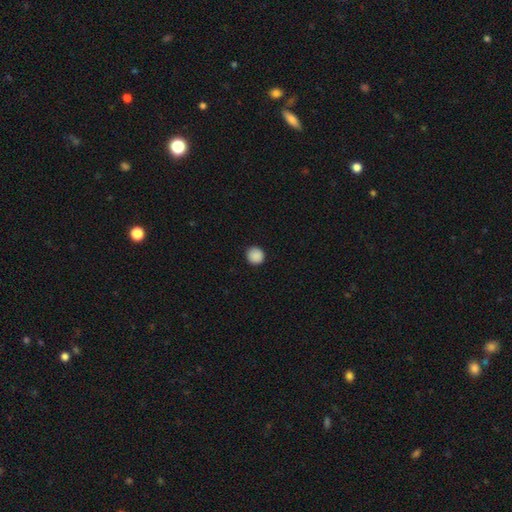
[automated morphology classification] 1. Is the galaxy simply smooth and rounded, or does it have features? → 89% smooth, 9% star or artifact, 2% featured or disk.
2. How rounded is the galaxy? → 94% round, 5% in between, 1% cigar-shaped.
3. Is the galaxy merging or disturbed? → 92% none, 6% minor disturbance, 2% major disturbance, 1% merger.